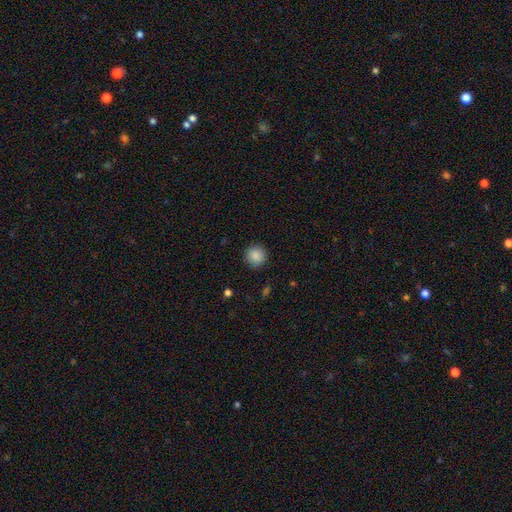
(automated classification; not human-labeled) This appears to be a smooth galaxy with no disk features (88%) that is round (93%). Merging: none (90%).